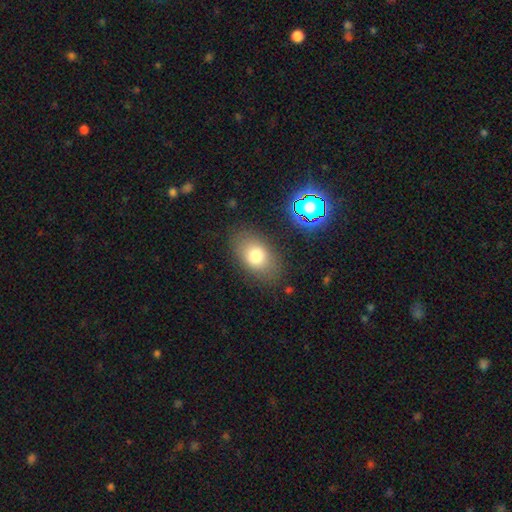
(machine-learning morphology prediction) smooth_or_featured: smooth (p=0.76) [alt: featured or disk p=0.12]
how_rounded: in between (p=0.82) [alt: round p=0.16]
merging: none (p=0.81) [alt: minor disturbance p=0.12]